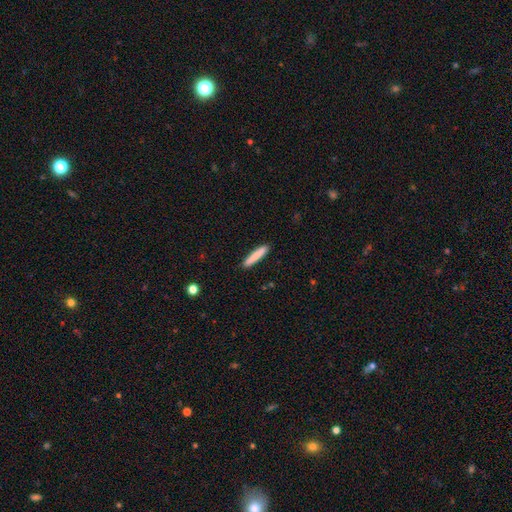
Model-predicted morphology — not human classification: A smooth galaxy with no disk features (83%) that is cigar-shaped (92%). Merging: none (90%).